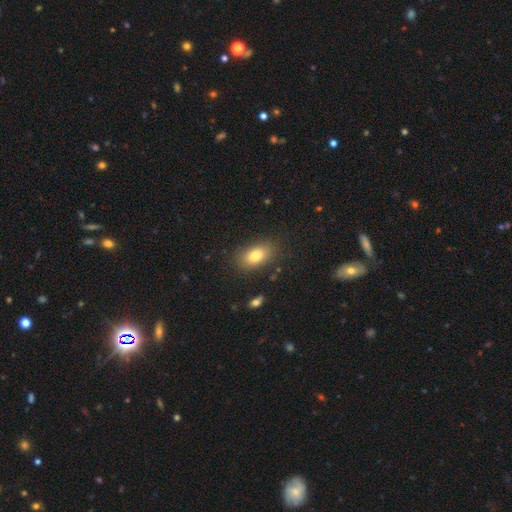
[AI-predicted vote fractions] This is likely a smooth galaxy (79%). How rounded: clearly in between (87%). Merging: clearly none (84%).